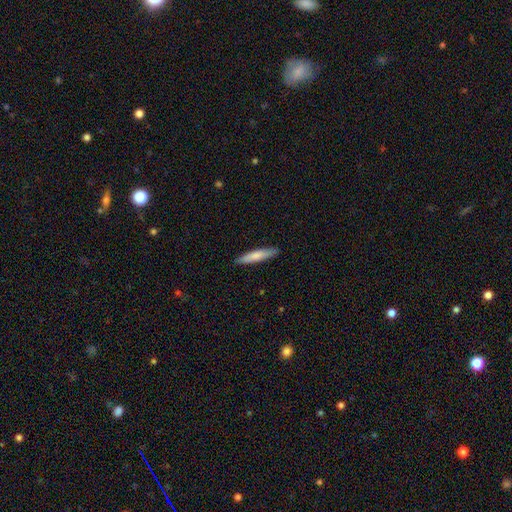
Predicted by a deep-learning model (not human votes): A smooth galaxy with no disk features (73%) that is cigar-shaped (89%). Merging: none (89%).